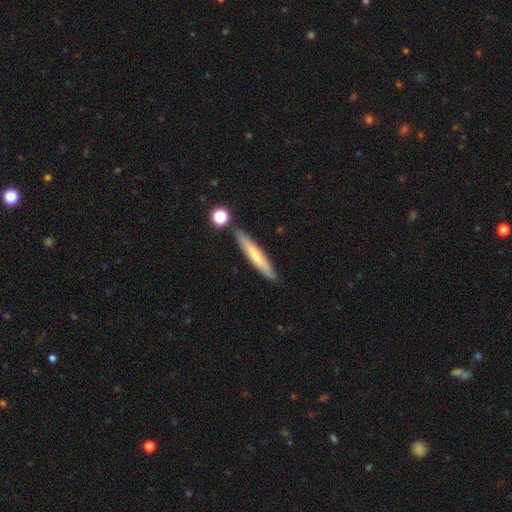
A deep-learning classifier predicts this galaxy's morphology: Smooth or featured? Predicted: smooth (p=0.59). How rounded? Predicted: cigar-shaped (p=0.91). Merging? Predicted: none (p=0.83).